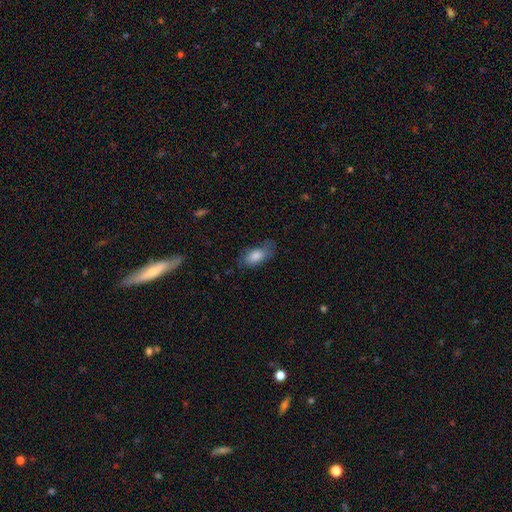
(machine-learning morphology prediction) Smooth or featured: smooth — 75% (featured or disk — 18%)
How rounded: in between — 86% (cigar-shaped — 10%)
Merging: none — 64% (minor disturbance — 25%)